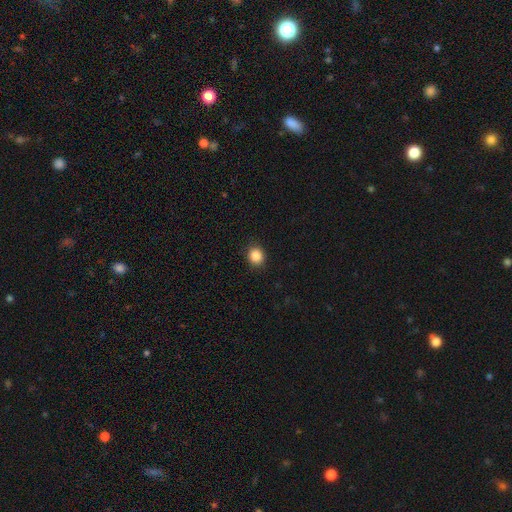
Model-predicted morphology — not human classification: smooth_or_featured: smooth (p=0.87) [alt: star or artifact p=0.10]
how_rounded: round (p=0.75) [alt: in between p=0.24]
merging: none (p=0.90) [alt: minor disturbance p=0.07]